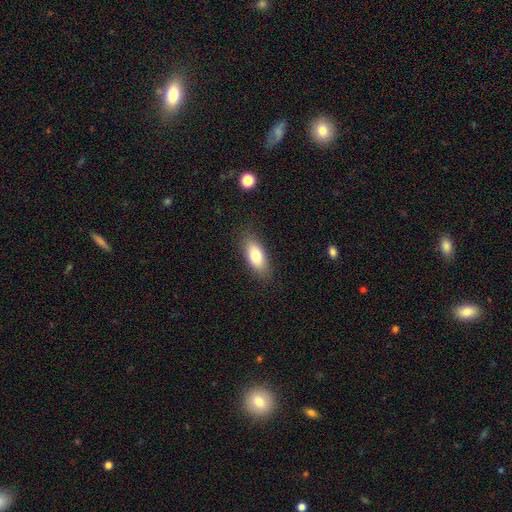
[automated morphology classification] The model was most divided on "smooth or featured": smooth: 78%, featured or disk: 15%, star or artifact: 7%. More confident: merging — none (85%); how rounded — in between (81%).